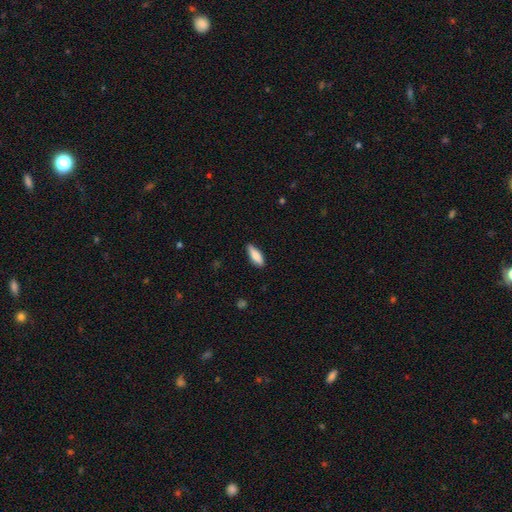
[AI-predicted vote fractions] The model was most divided on "how rounded": in between: 60%, cigar-shaped: 38%, round: 2%. More confident: smooth or featured — smooth (83%); merging — none (83%).